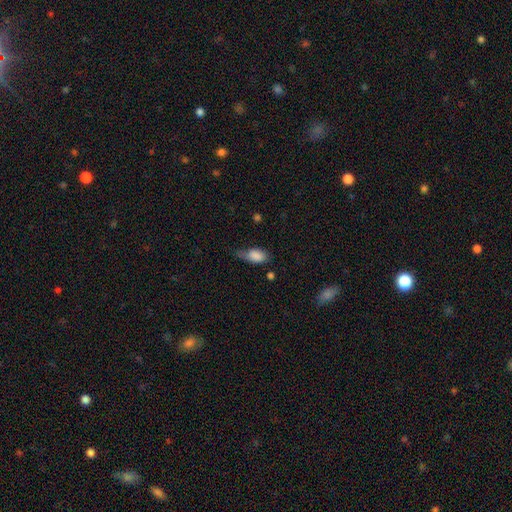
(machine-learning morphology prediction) A smooth galaxy with no disk features (84%) that is in between round and cigar-shaped (89%). Merging: minor disturbance (43%).